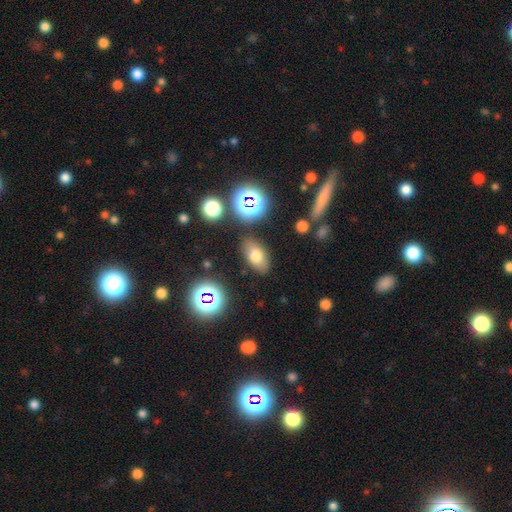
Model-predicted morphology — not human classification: Smooth or featured: smooth — 70% (featured or disk — 16%)
How rounded: in between — 89% (round — 8%)
Merging: none — 82% (minor disturbance — 11%)